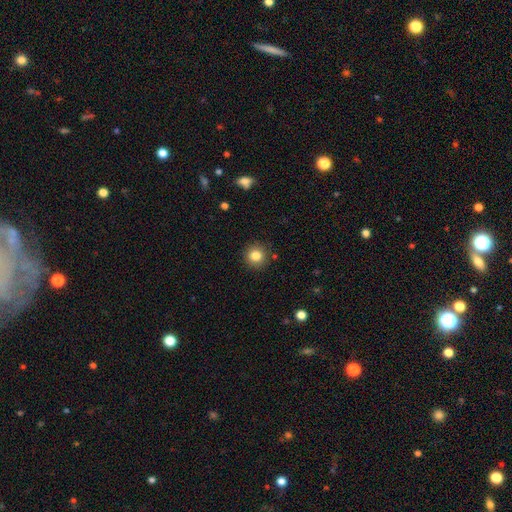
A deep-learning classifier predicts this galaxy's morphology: smooth-or-featured: smooth: 83% | star or artifact: 11% | featured or disk: 6%
  how-rounded: round: 94% | in between: 5% | cigar-shaped: 1%
  merging: none: 90% | minor disturbance: 7% | major disturbance: 2% | merger: 2%